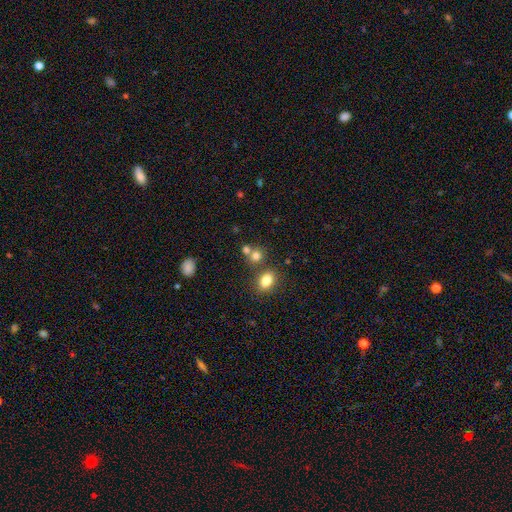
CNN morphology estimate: Smooth or featured: smooth — 78% (star or artifact — 14%)
How rounded: round — 74% (in between — 25%)
Merging: none — 55% (merger — 32%)